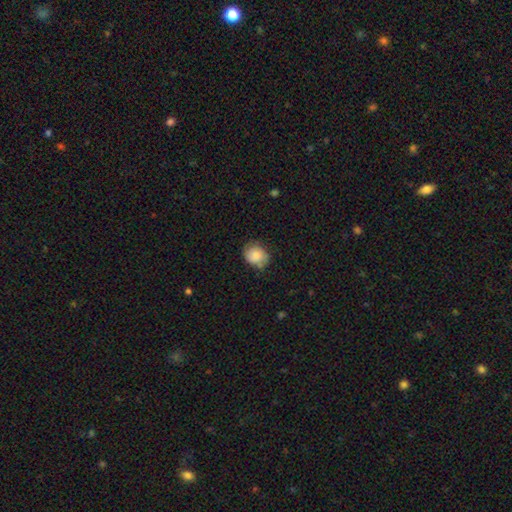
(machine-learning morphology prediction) type=smooth (78%); roundness=round (62%); merging=none (67%).